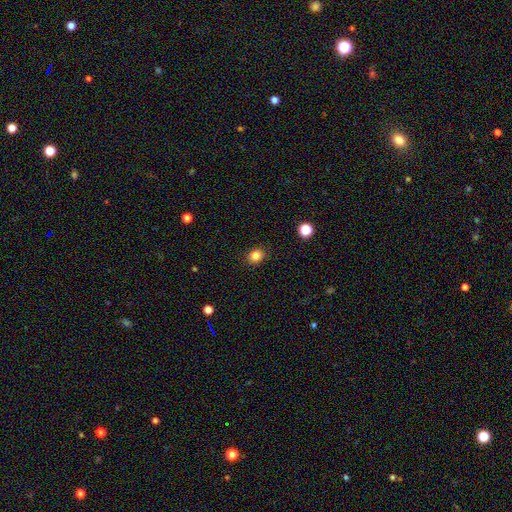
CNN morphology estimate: Smooth or featured?
  - smooth: 84% *
  - star or artifact: 12%
  - featured or disk: 5%
How rounded?
  - round: 67% *
  - in between: 32%
  - cigar-shaped: 1%
Merging?
  - none: 90% *
  - minor disturbance: 7%
  - major disturbance: 2%
  - merger: 1%